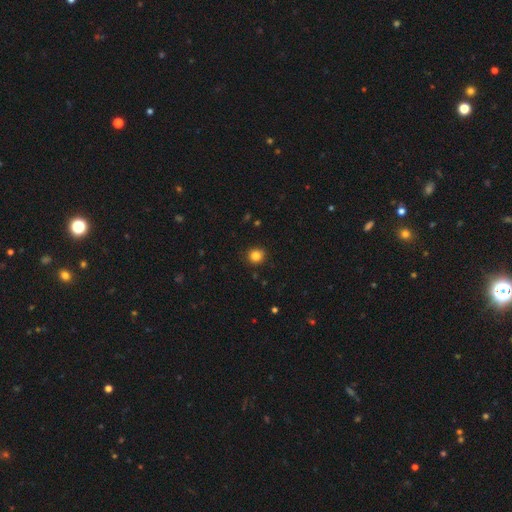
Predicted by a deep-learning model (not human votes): This appears to be a smooth galaxy with no disk features (84%) that is round (88%). Merging: none (89%).